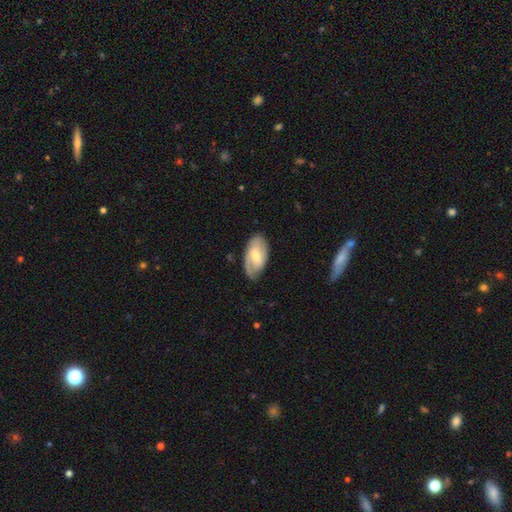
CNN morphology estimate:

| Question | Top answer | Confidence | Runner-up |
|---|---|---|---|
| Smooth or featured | featured or disk | 64% | smooth (31%) |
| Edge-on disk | no | 94% | yes (6%) |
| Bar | weak | 46% | no (40%) |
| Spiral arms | yes | 87% | no (13%) |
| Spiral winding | tight | 44% | medium (40%) |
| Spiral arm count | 2 | 57% | can't tell (21%) |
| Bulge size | small | 47% | tied: moderate (47%) |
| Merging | none | 76% | minor disturbance (18%) |